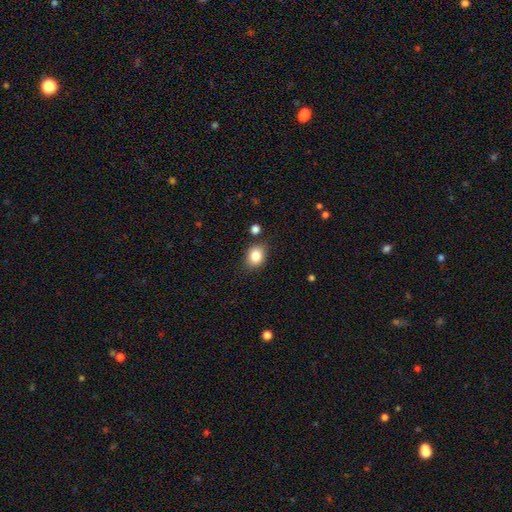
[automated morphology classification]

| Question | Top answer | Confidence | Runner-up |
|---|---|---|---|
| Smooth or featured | smooth | 84% | star or artifact (9%) |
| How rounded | in between | 54% | round (45%) |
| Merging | none | 79% | minor disturbance (13%) |